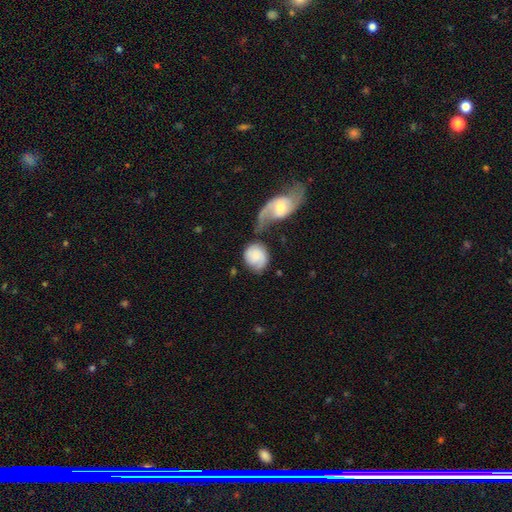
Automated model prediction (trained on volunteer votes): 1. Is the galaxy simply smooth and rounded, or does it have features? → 53% smooth, 40% featured or disk, 7% star or artifact.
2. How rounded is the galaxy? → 67% round, 32% in between, 1% cigar-shaped.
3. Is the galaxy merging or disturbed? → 37% none, 35% merger, 17% minor disturbance, 12% major disturbance.